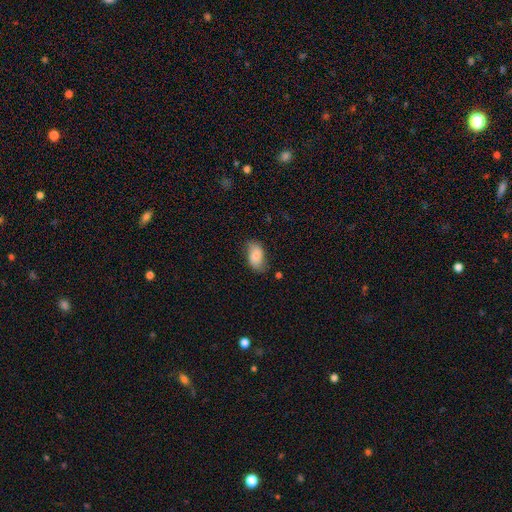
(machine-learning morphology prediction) Smooth or featured? Predicted: smooth (p=0.80). How rounded? Predicted: in between (p=0.92). Merging? Predicted: none (p=0.66).